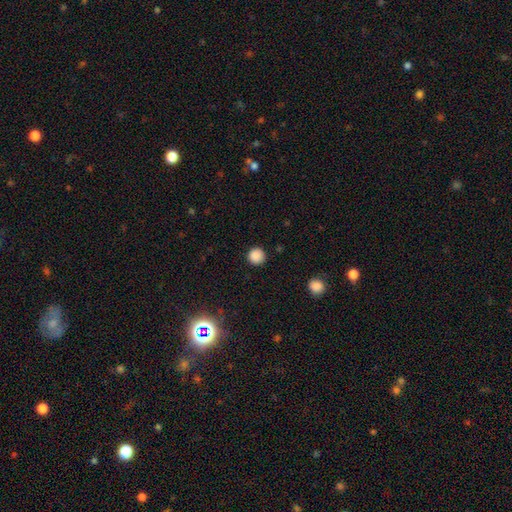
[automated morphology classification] The model was most divided on "smooth or featured": smooth: 85%, star or artifact: 12%, featured or disk: 3%. More confident: how rounded — round (95%); merging — none (91%).